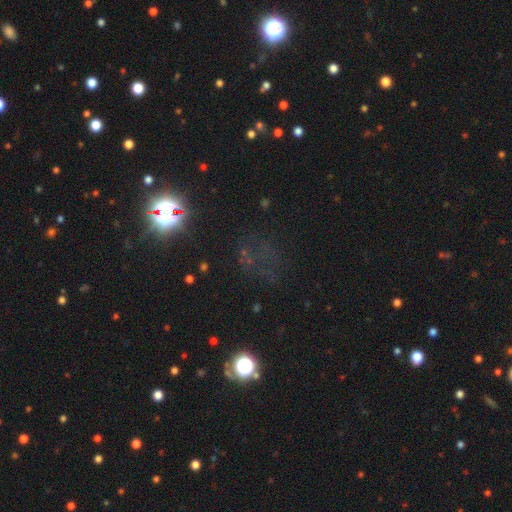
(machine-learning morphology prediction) Smooth or featured? Predicted: star or artifact (p=0.61).